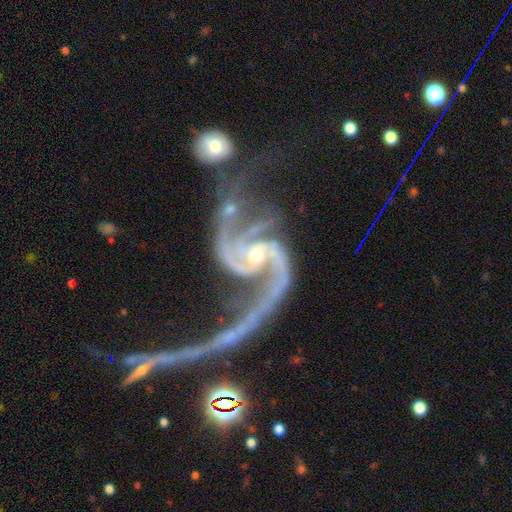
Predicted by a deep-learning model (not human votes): This appears to be a featured or disk galaxy (93%) with no bar (51%), 2 (78%) loose (50%) spiral arms (98%) and a small central bulge (69%). Merging: major disturbance (34%).